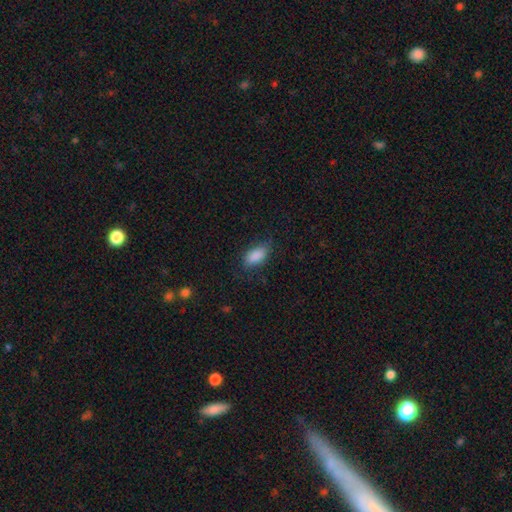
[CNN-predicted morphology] Smooth or featured? Predicted: smooth (p=0.87). How rounded? Predicted: in between (p=0.91). Merging? Predicted: none (p=0.72).